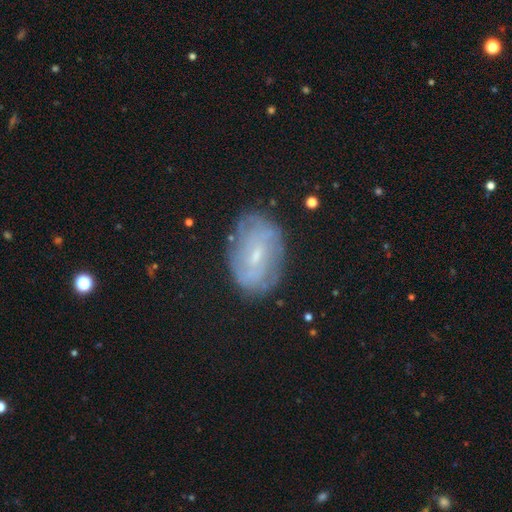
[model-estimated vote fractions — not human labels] smooth-or-featured: featured or disk: 64% | smooth: 27% | star or artifact: 10%
  disk-edge-on: no: 96% | yes: 4%
    bar: weak: 54% | no: 33% | strong: 14%
    has-spiral-arms: yes: 77% | no: 23%
    bulge-size: small: 71% | moderate: 21% | none: 6% | large: 1% | dominant: 1%
  merging: none: 76% | minor disturbance: 17% | major disturbance: 6% | merger: 1%